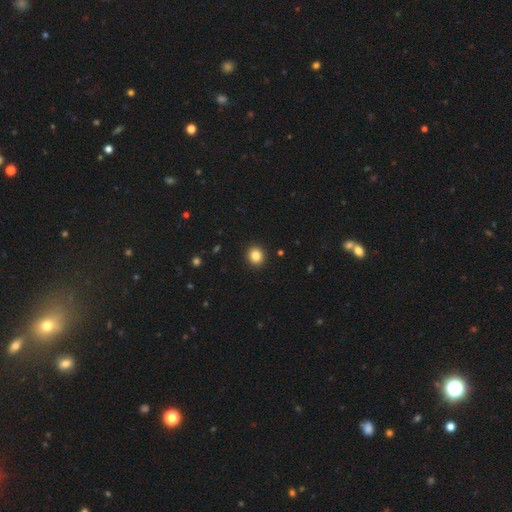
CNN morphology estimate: Q: Smooth or featured?
A: smooth (84%); runner-up: star or artifact (11%)
Q: How rounded?
A: round (88%); runner-up: in between (12%)
Q: Merging?
A: none (93%); runner-up: minor disturbance (5%)